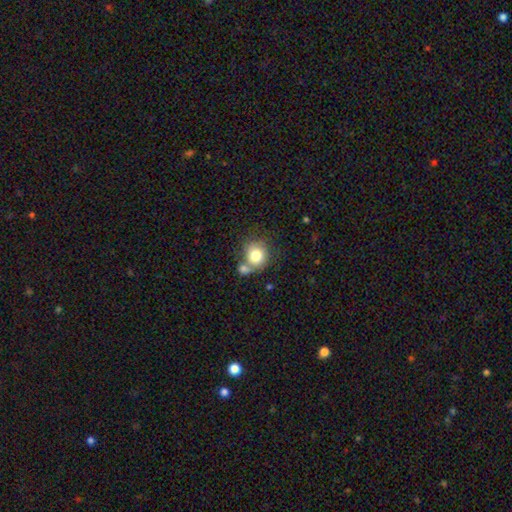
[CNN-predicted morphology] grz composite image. It shows a smooth galaxy with no disk features (78%) that is round (81%). Merging: none (45%).